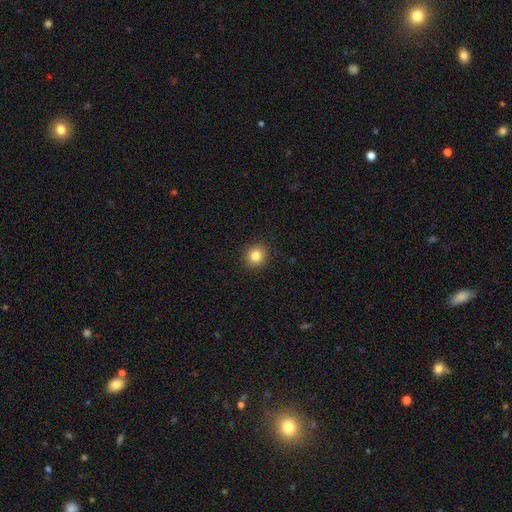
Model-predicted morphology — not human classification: A smooth galaxy with no disk features (83%) that is round (87%). Merging: none (92%).